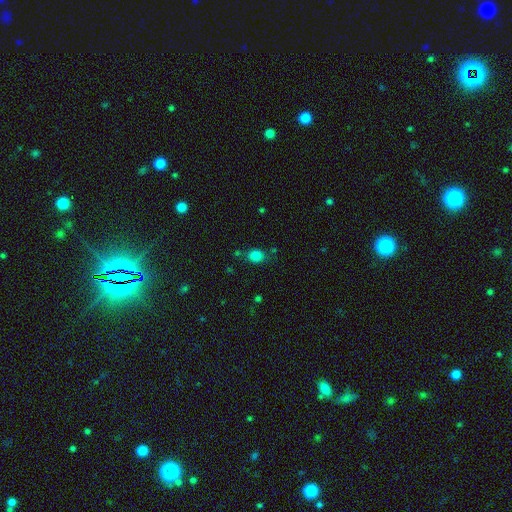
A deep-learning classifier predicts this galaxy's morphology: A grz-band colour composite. It shows a smooth galaxy with no disk features (82%) that is round (55%). Merging: none (77%).